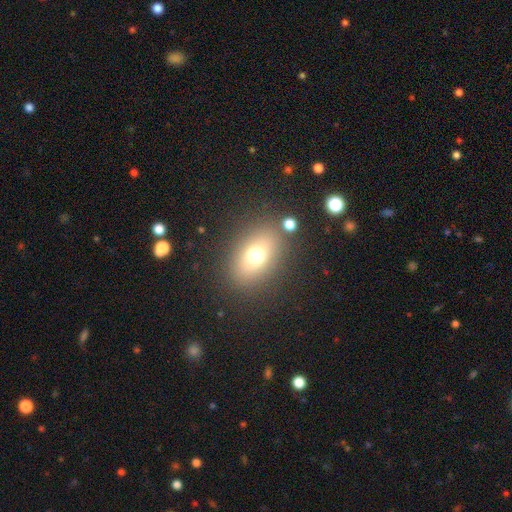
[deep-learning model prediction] This appears to be a smooth galaxy with no disk features (67%) that is in between round and cigar-shaped (62%). Merging: none (81%).